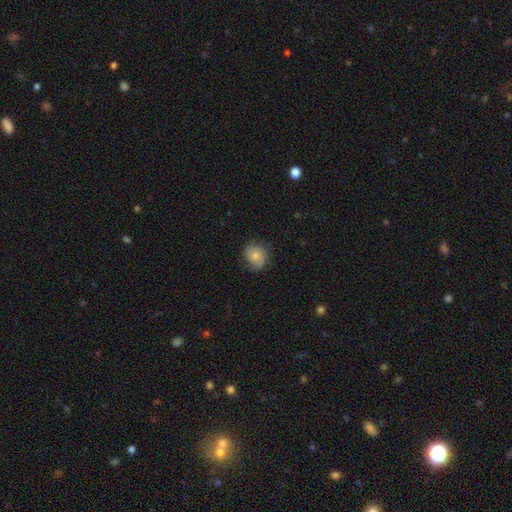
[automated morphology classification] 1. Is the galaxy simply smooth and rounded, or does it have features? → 54% smooth, 38% featured or disk, 8% star or artifact.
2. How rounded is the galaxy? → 68% round, 31% in between, 1% cigar-shaped.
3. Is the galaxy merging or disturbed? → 69% none, 22% minor disturbance, 8% major disturbance, 1% merger.